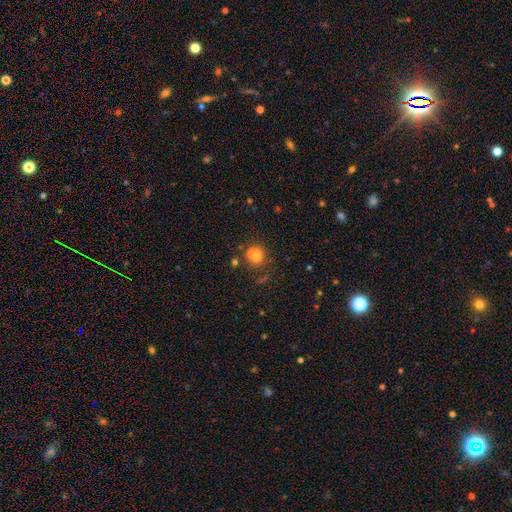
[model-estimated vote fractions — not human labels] Overall: smooth (69%). How rounded: round (81%). Merging: none (45%; merger 34%).